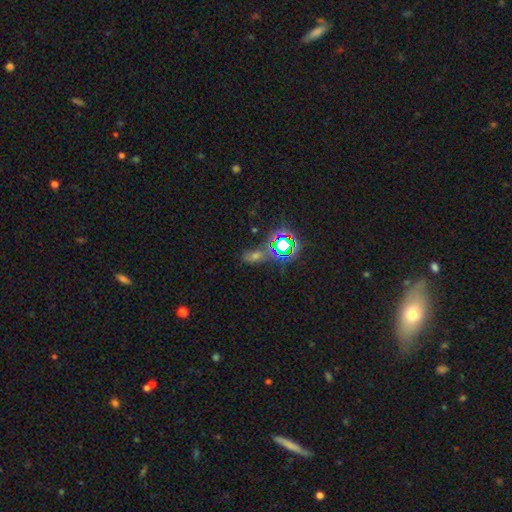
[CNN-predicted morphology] Smooth or featured? Predicted: star or artifact (p=0.56).